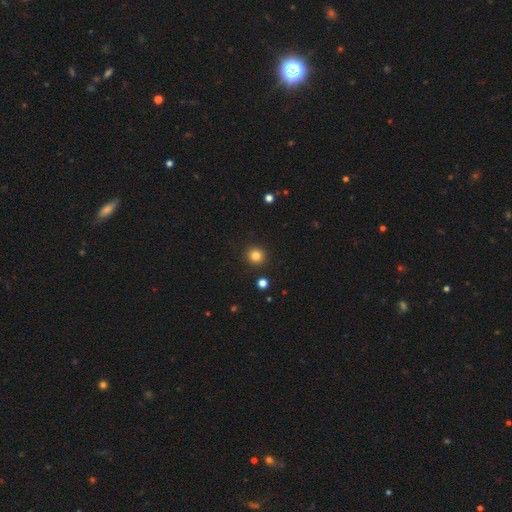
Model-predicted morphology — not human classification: smooth-or-featured: smooth: 82% | star or artifact: 13% | featured or disk: 5%
  how-rounded: round: 93% | in between: 6% | cigar-shaped: 1%
  merging: none: 92% | minor disturbance: 5% | major disturbance: 2% | merger: 2%